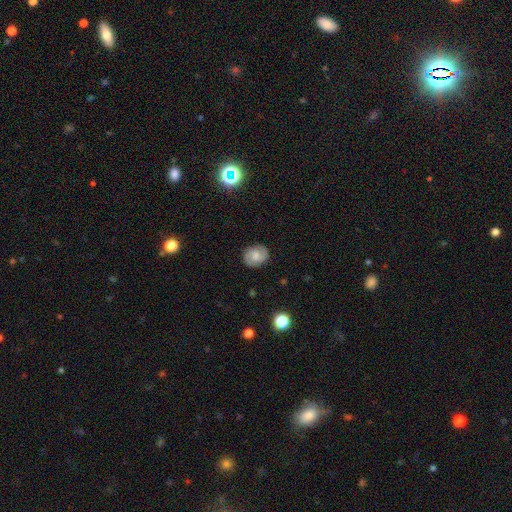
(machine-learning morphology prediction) A featured or disk galaxy (61%) with no bar (53%), 2 (88%) medium (45%) spiral arms (92%) and a moderate central bulge (46%). Merging: none (85%).